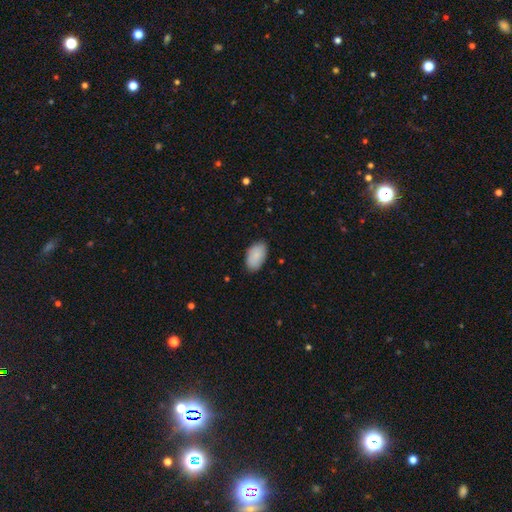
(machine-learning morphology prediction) smooth_or_featured: smooth (p=0.88) [alt: featured or disk p=0.06]
how_rounded: in between (p=0.95) [alt: round p=0.04]
merging: none (p=0.83) [alt: minor disturbance p=0.14]